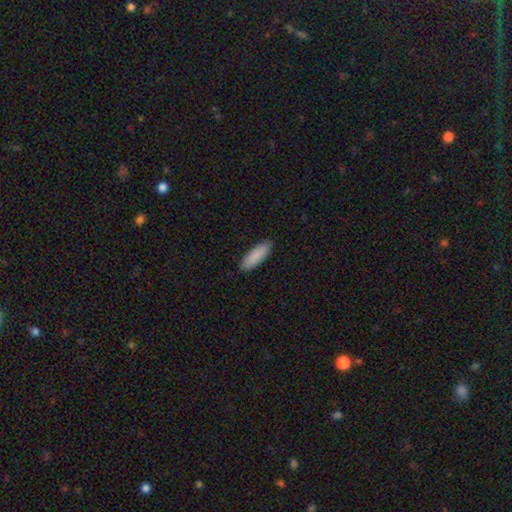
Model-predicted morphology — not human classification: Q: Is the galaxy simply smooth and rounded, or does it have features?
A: smooth — 89%.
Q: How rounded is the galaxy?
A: in between — 52%.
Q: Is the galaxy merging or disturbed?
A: none — 87%.